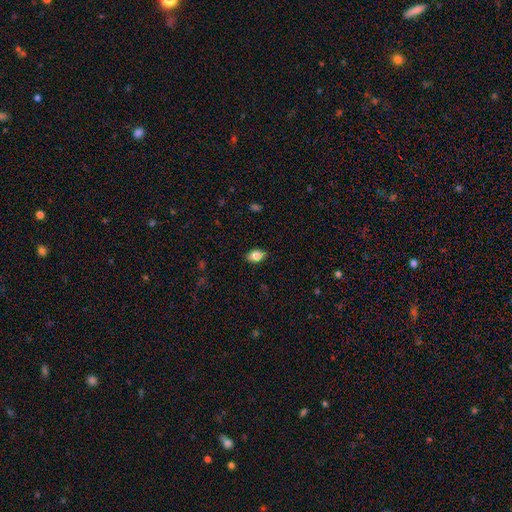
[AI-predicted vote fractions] Smooth or featured? smooth (85%)
How rounded? in between (88%)
Merging? none (86%)